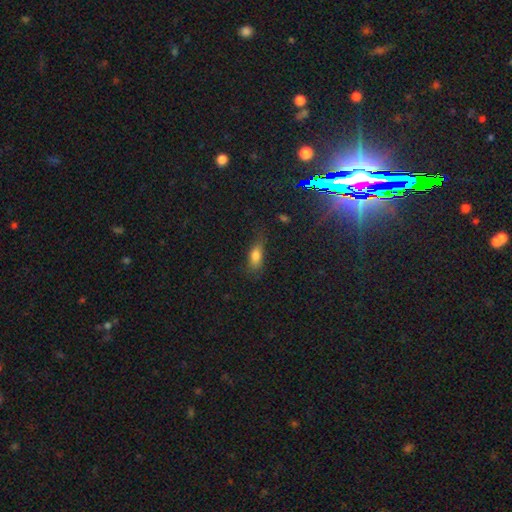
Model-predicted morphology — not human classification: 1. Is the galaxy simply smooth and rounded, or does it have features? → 77% smooth, 12% star or artifact, 11% featured or disk.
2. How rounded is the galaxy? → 75% in between, 19% cigar-shaped, 6% round.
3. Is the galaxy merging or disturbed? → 61% none, 26% minor disturbance, 10% major disturbance, 2% merger.